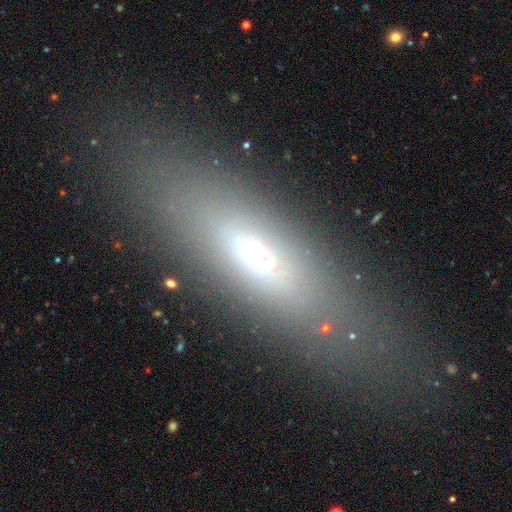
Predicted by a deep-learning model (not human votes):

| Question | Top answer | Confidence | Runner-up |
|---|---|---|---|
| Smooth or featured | smooth | 50% | featured or disk (34%) |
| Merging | none | 72% | minor disturbance (14%) |